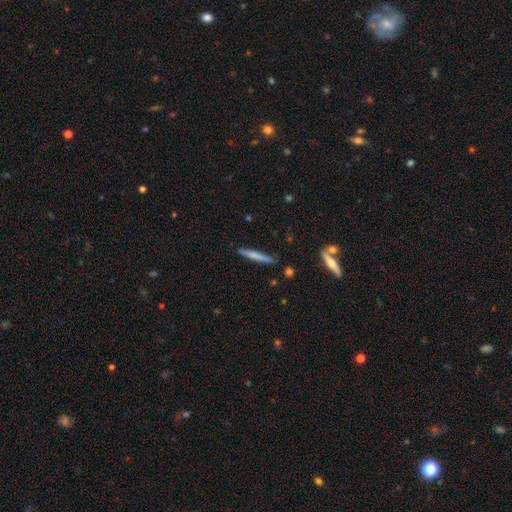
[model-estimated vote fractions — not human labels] A smooth galaxy with no disk features (68%) that is cigar-shaped (95%).

Vote fractions:
- Smooth or featured? smooth: 68% / featured or disk: 26% / star or artifact: 6%
- How rounded? cigar-shaped: 95% / in between: 4% / round: 1%
- Merging? none: 88% / minor disturbance: 9% / merger: 2% / major disturbance: 2%